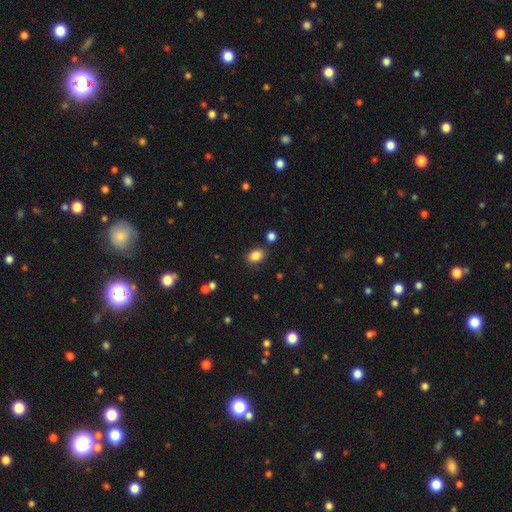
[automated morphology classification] Smooth or featured? Predicted: smooth (p=0.85). How rounded? Predicted: in between (p=0.77). Merging? Predicted: none (p=0.81).